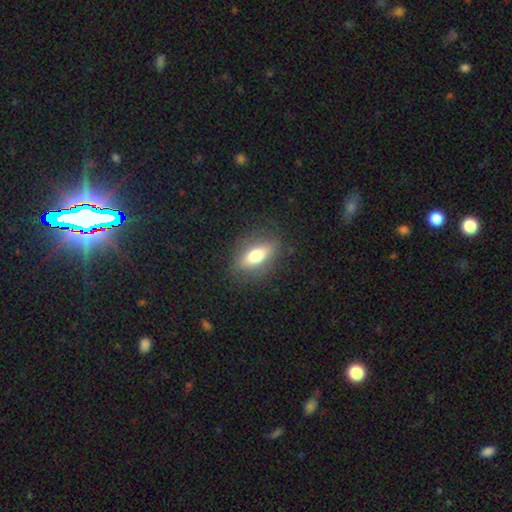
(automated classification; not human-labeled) This is likely a smooth galaxy (69%). How rounded: likely in between (76%). Merging: clearly none (82%).